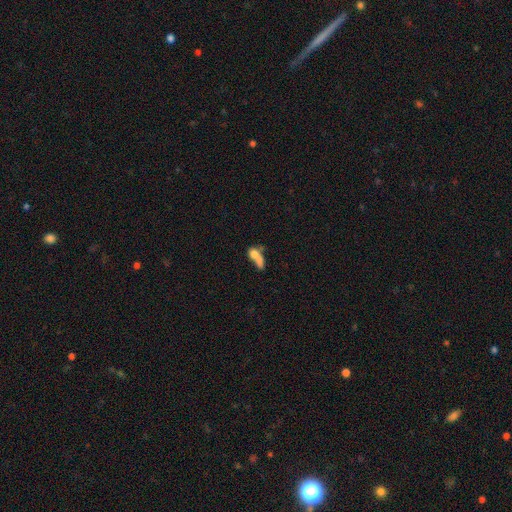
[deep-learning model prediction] Morphology: type=smooth (64%); roundness=in between (57%); merging=merger (57%).